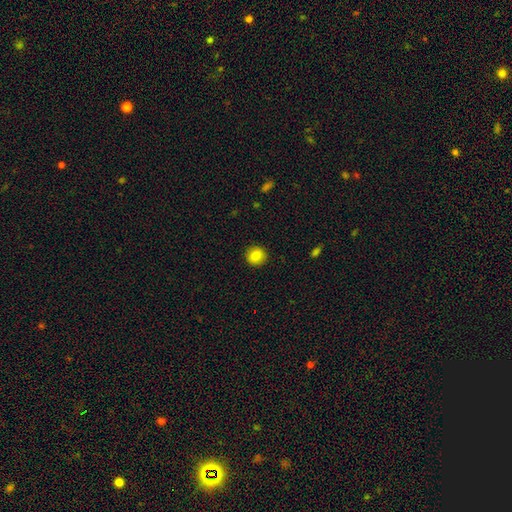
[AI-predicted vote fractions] smooth 85%, star or artifact 9%, featured or disk 6%. Down the decision tree: how rounded — round (89%); merging — none (91%).